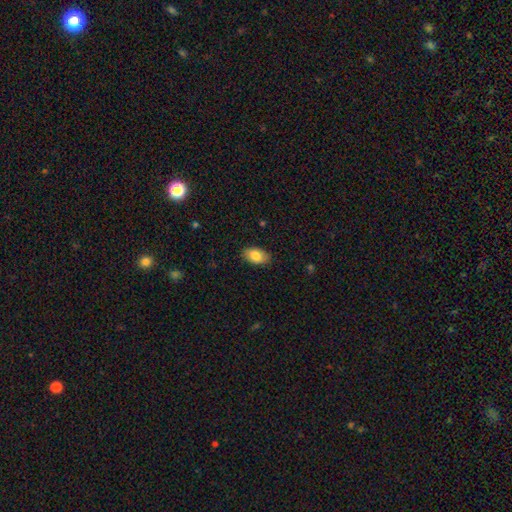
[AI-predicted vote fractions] Smooth or featured?
  - smooth: 83% *
  - featured or disk: 10%
  - star or artifact: 7%
How rounded?
  - in between: 92% *
  - round: 6%
  - cigar-shaped: 1%
Merging?
  - none: 87% *
  - minor disturbance: 10%
  - major disturbance: 2%
  - merger: 1%